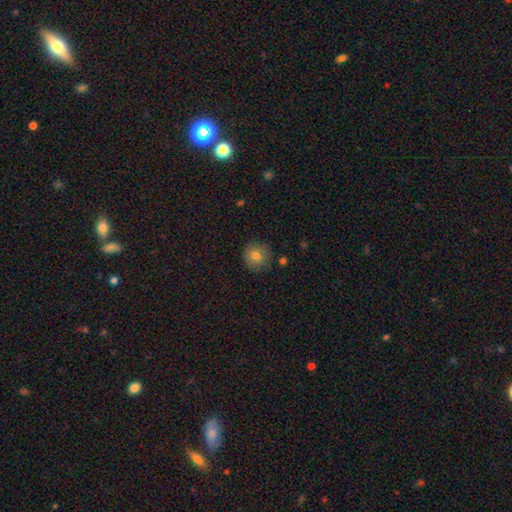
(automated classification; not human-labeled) This is likely a smooth galaxy (80%). How rounded: clearly round (92%). Merging: clearly none (85%).